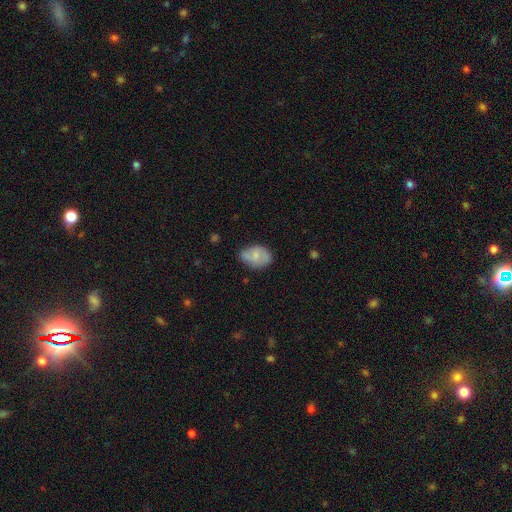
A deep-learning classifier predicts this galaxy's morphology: The model was most divided on "merging": none: 56%, minor disturbance: 32%, major disturbance: 8%, merger: 4%. More confident: how rounded — in between (76%); smooth or featured — smooth (67%).